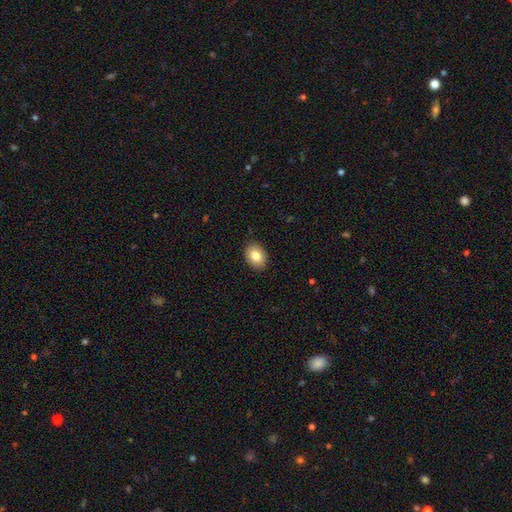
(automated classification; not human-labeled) smooth-or-featured: smooth: 83% | featured or disk: 9% | star or artifact: 8%
  how-rounded: in between: 67% | round: 32% | cigar-shaped: 1%
  merging: none: 89% | minor disturbance: 8% | major disturbance: 2% | merger: 1%